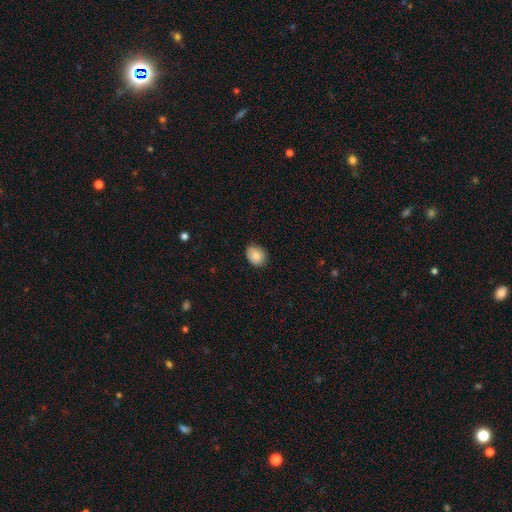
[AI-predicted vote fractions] smooth_or_featured: smooth (p=0.83) [alt: featured or disk p=0.09]
how_rounded: round (p=0.54) [alt: in between p=0.45]
merging: none (p=0.82) [alt: minor disturbance p=0.15]